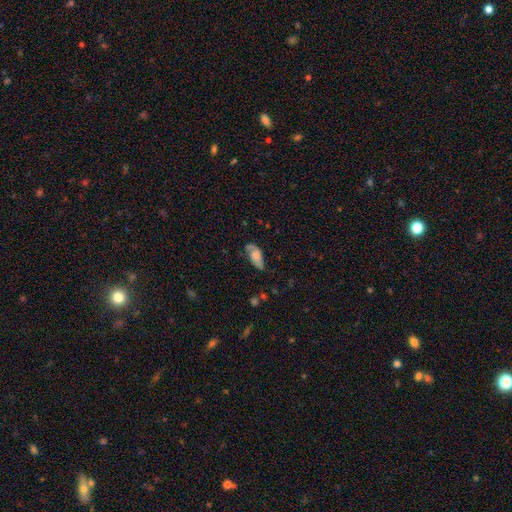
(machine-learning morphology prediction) This appears to be a smooth galaxy with no disk features (47%). Merging: none (50%).